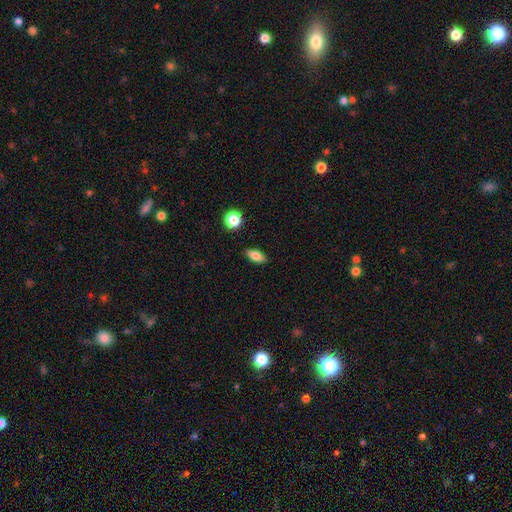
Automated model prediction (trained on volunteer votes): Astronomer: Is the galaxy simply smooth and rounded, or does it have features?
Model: smooth — 80%.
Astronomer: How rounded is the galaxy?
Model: in between — 82%.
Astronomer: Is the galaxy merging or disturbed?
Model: none — 87%.